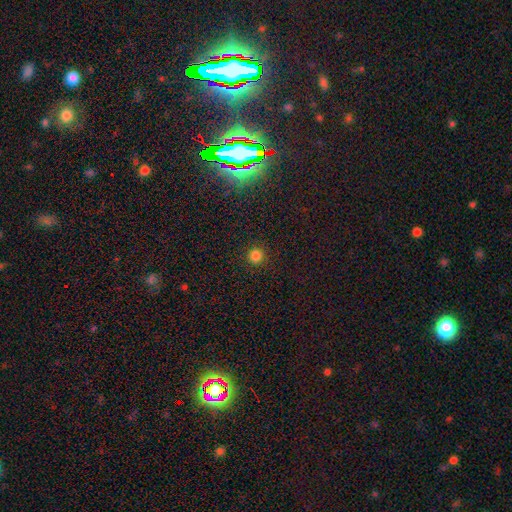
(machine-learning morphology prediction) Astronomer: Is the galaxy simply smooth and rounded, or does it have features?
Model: smooth — 82%.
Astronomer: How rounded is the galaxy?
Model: round — 95%.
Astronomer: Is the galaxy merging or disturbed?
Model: none — 91%.